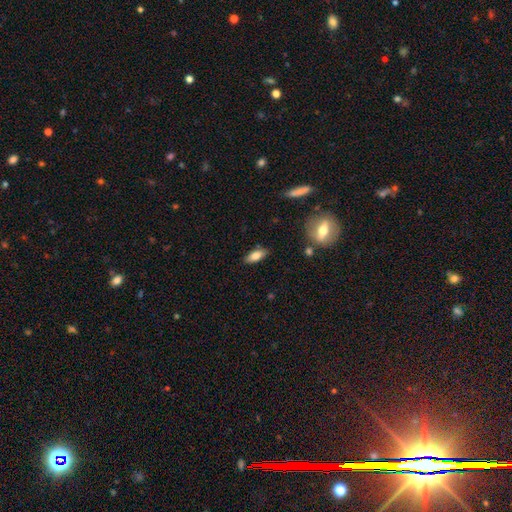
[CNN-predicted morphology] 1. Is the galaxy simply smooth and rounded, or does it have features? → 76% smooth, 17% featured or disk, 7% star or artifact.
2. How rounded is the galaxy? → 76% in between, 22% cigar-shaped, 3% round.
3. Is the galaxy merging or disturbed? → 84% none, 11% minor disturbance, 3% major disturbance, 2% merger.